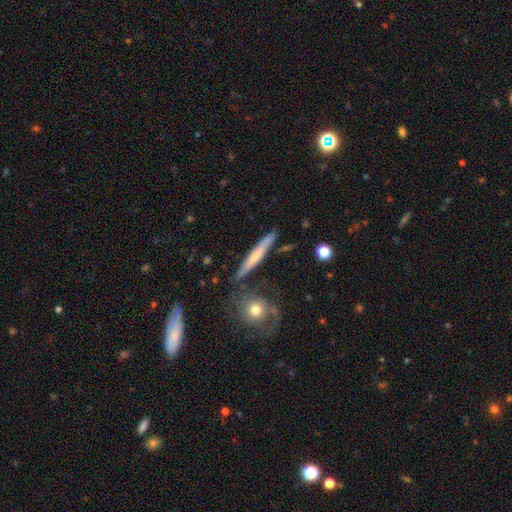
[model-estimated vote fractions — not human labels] A smooth galaxy with no disk features (49%).

Vote fractions:
- Smooth or featured? smooth: 49% / featured or disk: 44% / star or artifact: 6%
- Merging? none: 80% / minor disturbance: 12% / merger: 5% / major disturbance: 3%